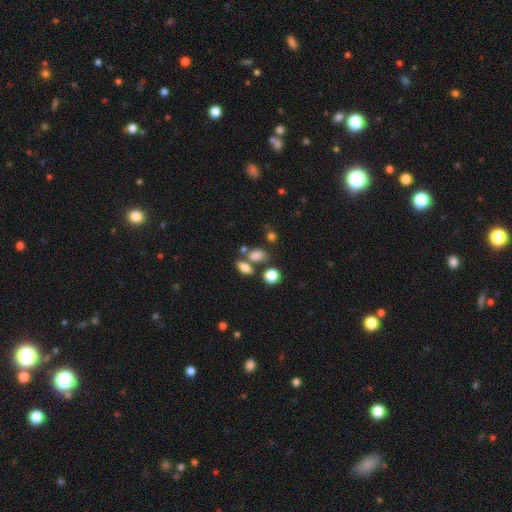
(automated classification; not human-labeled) Morphology: type=smooth (77%); roundness=in between (73%); merging=none (55%).